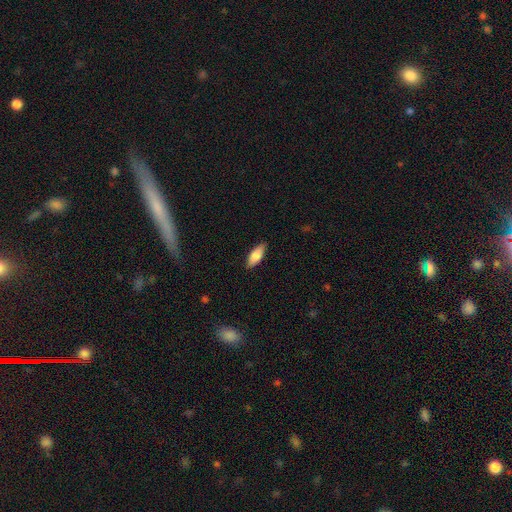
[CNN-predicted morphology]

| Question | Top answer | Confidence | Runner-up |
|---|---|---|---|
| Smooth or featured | smooth | 82% | featured or disk (12%) |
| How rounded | in between | 74% | cigar-shaped (23%) |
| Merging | none | 86% | minor disturbance (11%) |